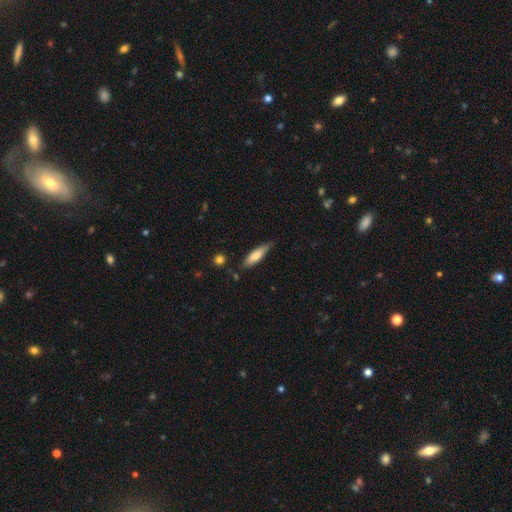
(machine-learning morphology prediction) Smooth or featured: smooth — 73% (featured or disk — 21%)
How rounded: cigar-shaped — 66% (in between — 33%)
Merging: none — 74% (minor disturbance — 20%)